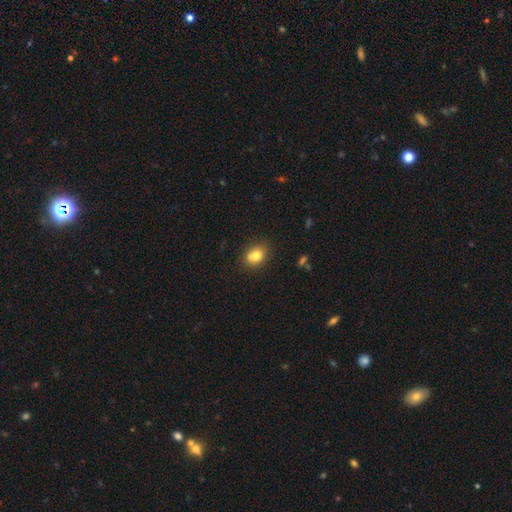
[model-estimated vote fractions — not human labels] smooth_or_featured: smooth (p=0.79) [alt: featured or disk p=0.11]
how_rounded: in between (p=0.59) [alt: round p=0.40]
merging: none (p=0.69) [alt: minor disturbance p=0.17]